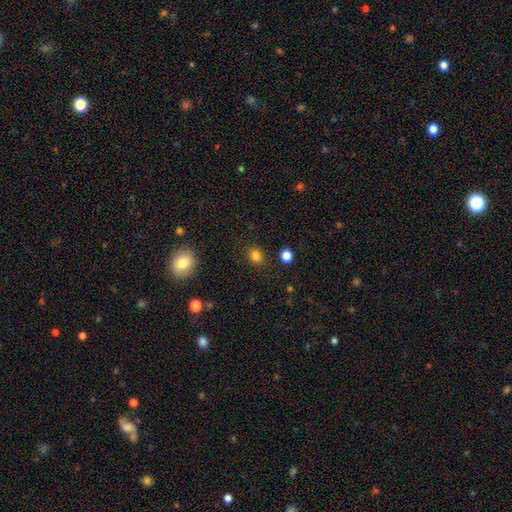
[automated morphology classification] This is clearly a smooth galaxy (83%). How rounded: likely round (68%). Merging: clearly none (86%).